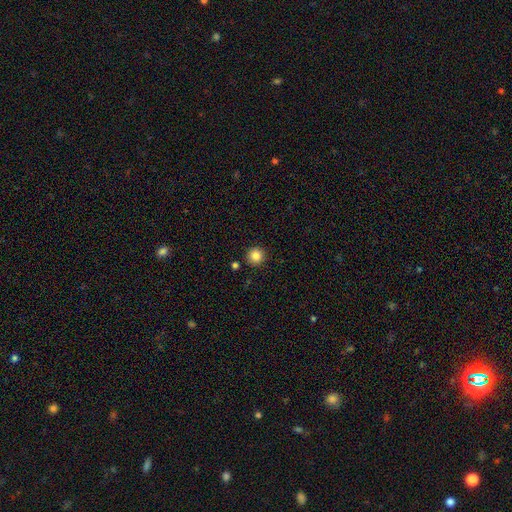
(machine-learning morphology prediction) Smooth or featured?
  - smooth: 84% *
  - star or artifact: 11%
  - featured or disk: 5%
How rounded?
  - round: 95% *
  - in between: 4%
  - cigar-shaped: 1%
Merging?
  - none: 90% *
  - minor disturbance: 5%
  - merger: 2%
  - major disturbance: 2%